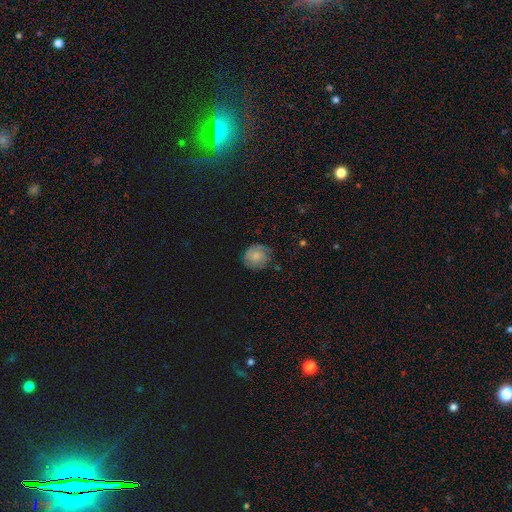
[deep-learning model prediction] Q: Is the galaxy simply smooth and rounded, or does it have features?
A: smooth — 55%.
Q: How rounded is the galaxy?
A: round — 82%.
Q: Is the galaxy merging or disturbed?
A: none — 72%.